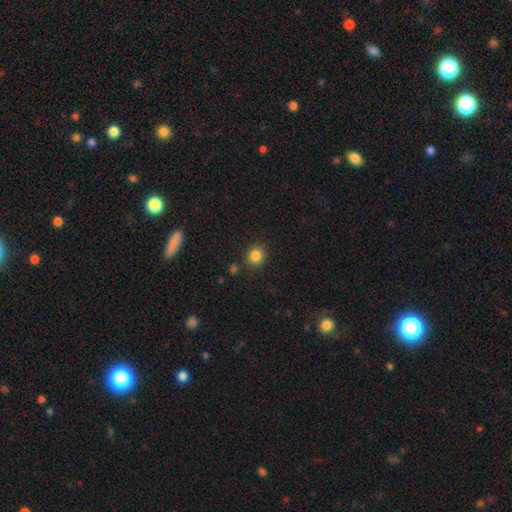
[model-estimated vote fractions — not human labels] Smooth or featured?
  - smooth: 84% *
  - star or artifact: 11%
  - featured or disk: 4%
How rounded?
  - round: 82% *
  - in between: 17%
  - cigar-shaped: 1%
Merging?
  - none: 85% *
  - minor disturbance: 9%
  - merger: 3%
  - major disturbance: 3%